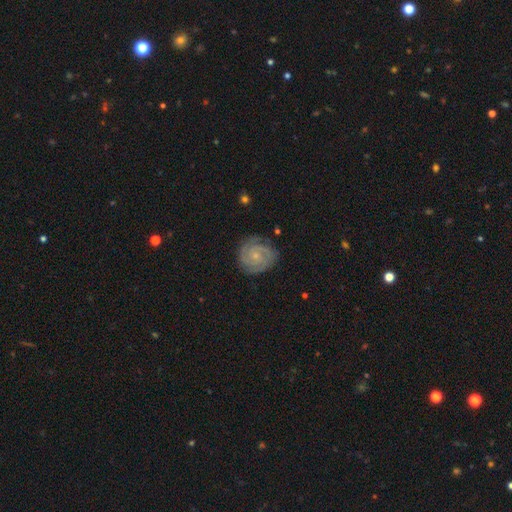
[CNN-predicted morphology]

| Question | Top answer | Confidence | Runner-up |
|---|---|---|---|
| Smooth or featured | featured or disk | 87% | smooth (8%) |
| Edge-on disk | no | 98% | yes (2%) |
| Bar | no | 73% | weak (23%) |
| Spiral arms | yes | 98% | no (2%) |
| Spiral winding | tight | 76% | medium (21%) |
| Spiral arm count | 2 | 57% | 3 (21%) |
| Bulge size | small | 77% | moderate (16%) |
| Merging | none | 82% | minor disturbance (14%) |